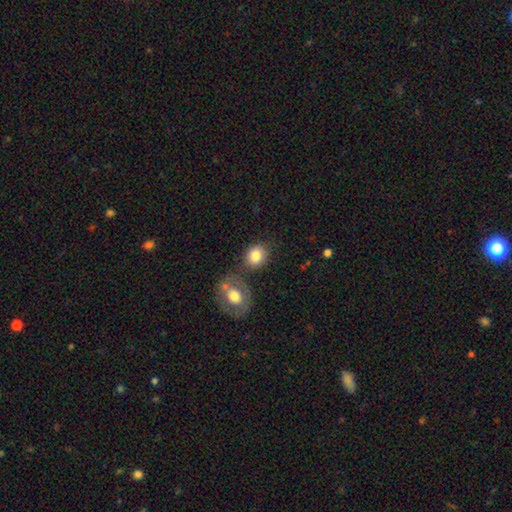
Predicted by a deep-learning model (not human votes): A smooth galaxy with no disk features (82%) that is round (59%).

Vote fractions:
- Smooth or featured? smooth: 82% / featured or disk: 10% / star or artifact: 8%
- How rounded? round: 59% / in between: 39% / cigar-shaped: 1%
- Merging? none: 64% / merger: 18% / minor disturbance: 13% / major disturbance: 5%